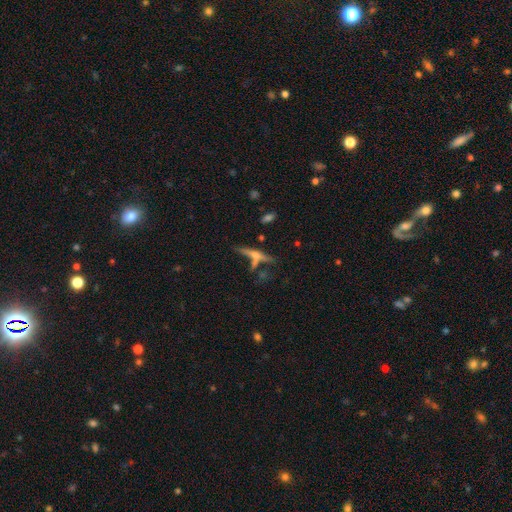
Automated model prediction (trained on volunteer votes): Smooth or featured: featured or disk — 56% (smooth — 33%)
Edge-on disk: yes — 91% (no — 9%)
Edge-on bulge: rounded — 68% (none — 24%)
Merging: none — 57% (merger — 21%)